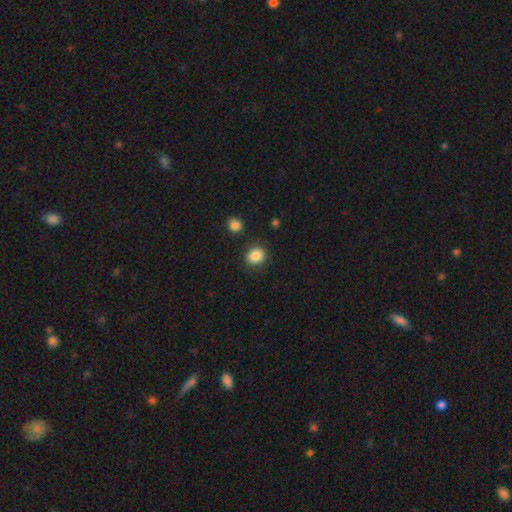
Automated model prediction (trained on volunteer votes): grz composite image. It shows a smooth galaxy with no disk features (87%) that is round (78%). Merging: none (86%).